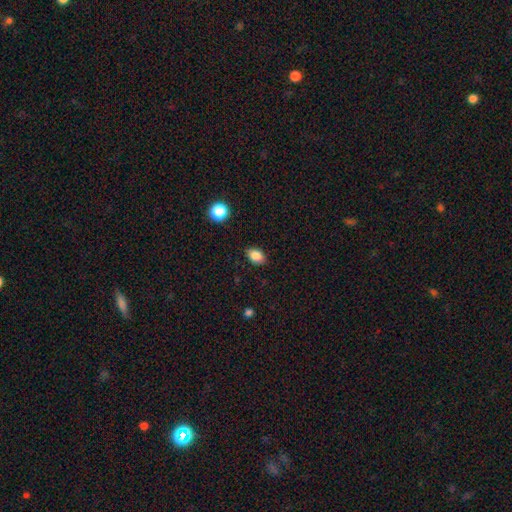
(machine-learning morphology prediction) This appears to be a smooth galaxy with no disk features (86%) that is in between round and cigar-shaped (83%). Merging: none (87%).